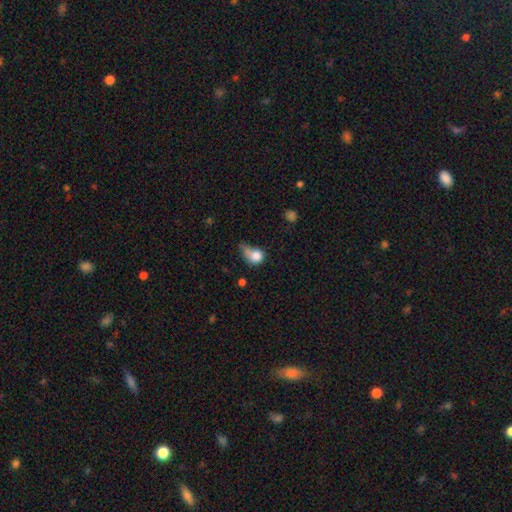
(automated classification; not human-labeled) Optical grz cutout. It shows a smooth galaxy with no disk features (78%) that is round (62%). Merging: major disturbance (34%).